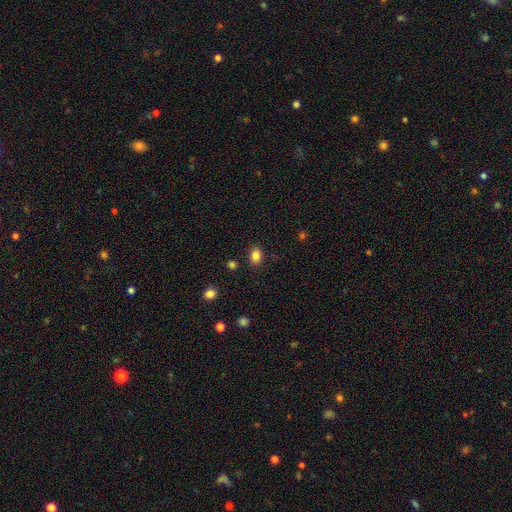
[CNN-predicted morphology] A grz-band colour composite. It shows a smooth galaxy with no disk features (86%) that is in between round and cigar-shaped (71%). Merging: none (85%).